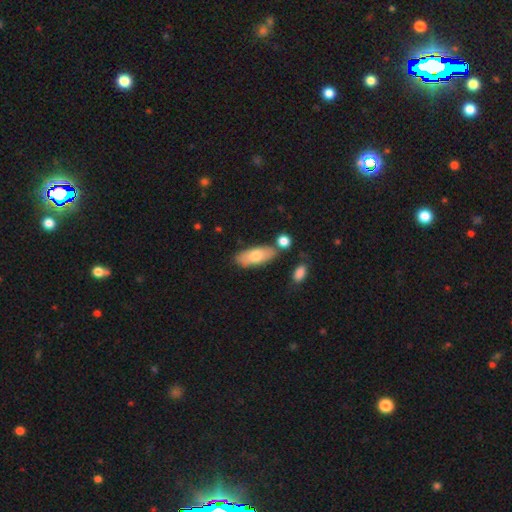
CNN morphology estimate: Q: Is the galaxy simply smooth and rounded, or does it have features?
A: smooth — 70%.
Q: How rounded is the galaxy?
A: in between — 79%.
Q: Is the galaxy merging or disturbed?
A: none — 73%.